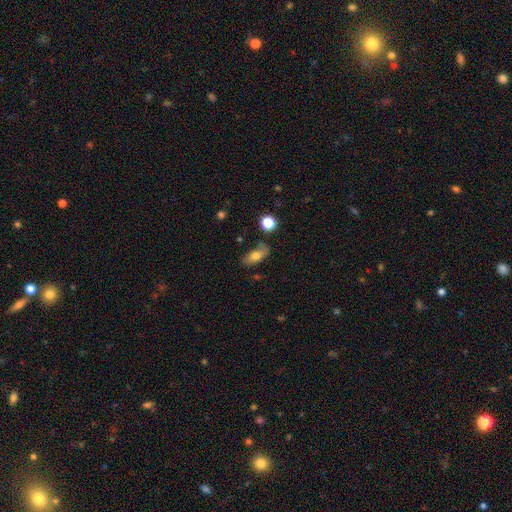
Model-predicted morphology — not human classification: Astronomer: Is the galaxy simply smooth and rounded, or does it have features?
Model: smooth — 71%.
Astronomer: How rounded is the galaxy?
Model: in between — 84%.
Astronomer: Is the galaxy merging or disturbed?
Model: none — 70%.